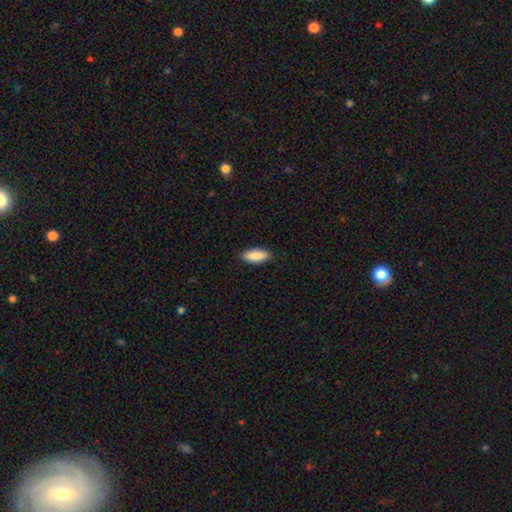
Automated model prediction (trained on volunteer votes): The model was most divided on "how rounded": in between: 75%, cigar-shaped: 24%, round: 2%. More confident: smooth or featured — smooth (89%); merging — none (88%).